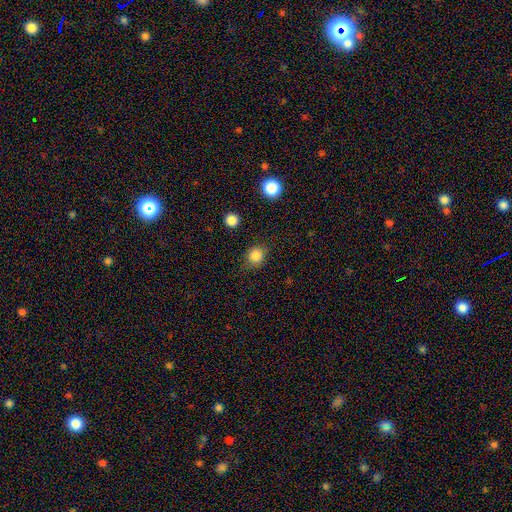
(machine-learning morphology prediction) smooth 84%, star or artifact 11%, featured or disk 5%. Down the decision tree: how rounded — round (75%); merging — none (79%).